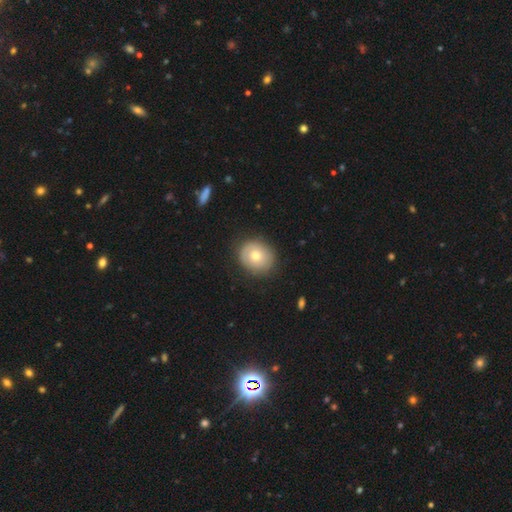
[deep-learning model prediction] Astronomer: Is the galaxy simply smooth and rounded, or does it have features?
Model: smooth — 64%.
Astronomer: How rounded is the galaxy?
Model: round — 75%.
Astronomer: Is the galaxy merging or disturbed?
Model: none — 83%.